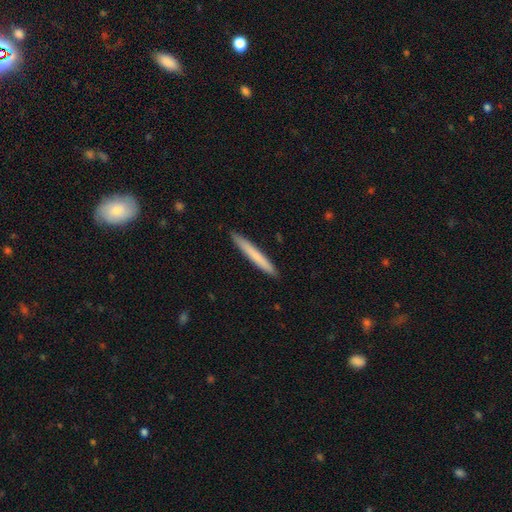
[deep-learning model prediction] Q: Smooth or featured?
A: smooth (71%); runner-up: featured or disk (24%)
Q: How rounded?
A: cigar-shaped (97%); runner-up: in between (2%)
Q: Merging?
A: none (91%); runner-up: minor disturbance (6%)